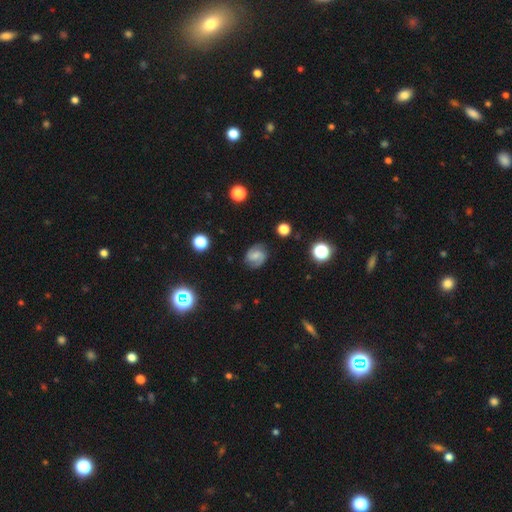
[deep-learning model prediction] The model was most divided on "bulge size": small: 41%, moderate: 33%, none: 19%, large: 5%, dominant: 2%. Remaining: edge-on disk — no (98%); spiral arms — yes (93%); spiral arm count — 2 (89%); merging — none (81%); smooth or featured — featured or disk (69%); bar — weak (51%); spiral winding — medium (50%).